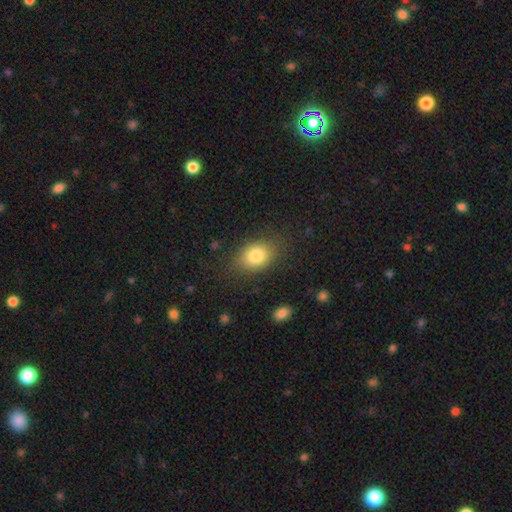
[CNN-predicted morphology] Smooth or featured?
  - smooth: 82% *
  - featured or disk: 9%
  - star or artifact: 9%
How rounded?
  - in between: 69% *
  - round: 29%
  - cigar-shaped: 1%
Merging?
  - none: 79% *
  - minor disturbance: 14%
  - major disturbance: 5%
  - merger: 1%